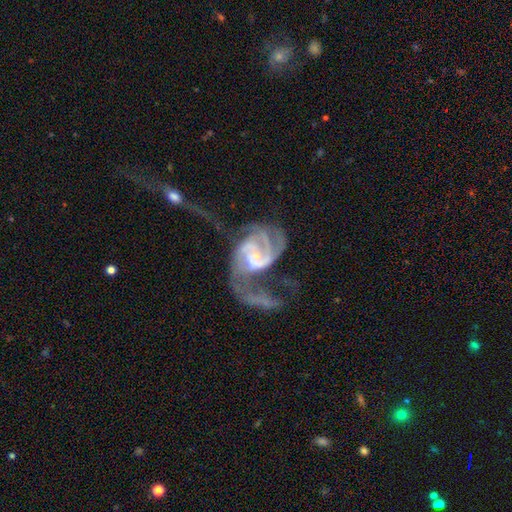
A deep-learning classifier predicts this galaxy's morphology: A featured or disk galaxy (90%) with no bar (46%), 2 (49%) medium (44%) spiral arms (96%) and a small central bulge (66%).

Vote fractions:
- Smooth or featured? featured or disk: 90% / star or artifact: 5% / smooth: 5%
- Edge-on disk? no: 98% / yes: 2%
- Bar? no: 46% / weak: 40% / strong: 14%
- Spiral arms? yes: 96% / no: 4%
- Spiral winding? medium: 44% / tight: 31% / loose: 25%
- Spiral arm count? 2: 49% / 3: 17% / can't tell: 15% / 1: 7% / 4: 6% / more than 4: 5%
- Bulge size? small: 66% / moderate: 25% / none: 6% / large: 2% / dominant: 1%
- Merging? major disturbance: 49% / merger: 22% / none: 18% / minor disturbance: 11%